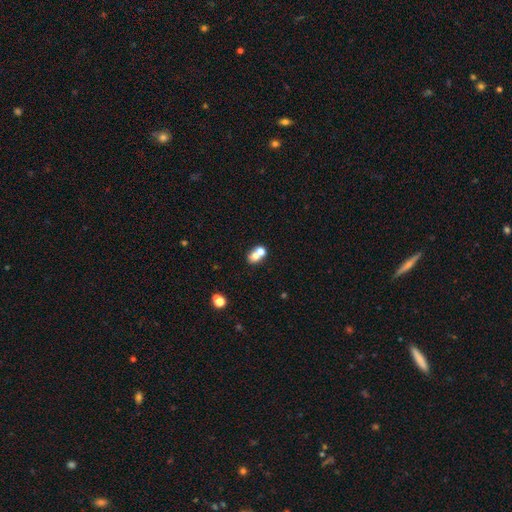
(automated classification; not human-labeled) Morphology: type=smooth (68%); roundness=round (52%); merging=merger (60%).